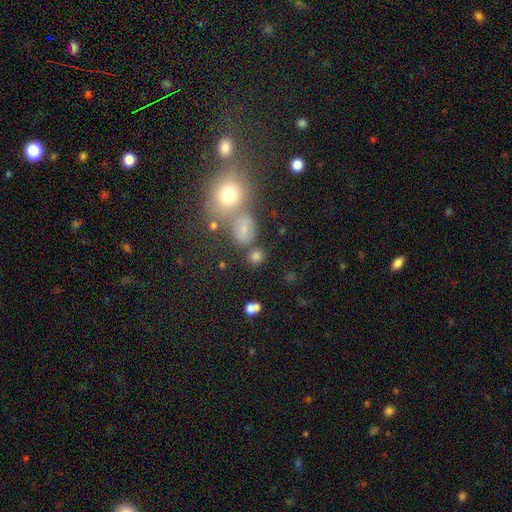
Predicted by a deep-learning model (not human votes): Smooth or featured: smooth — 72% (star or artifact — 17%)
How rounded: round — 62% (in between — 36%)
Merging: none — 63% (merger — 18%)